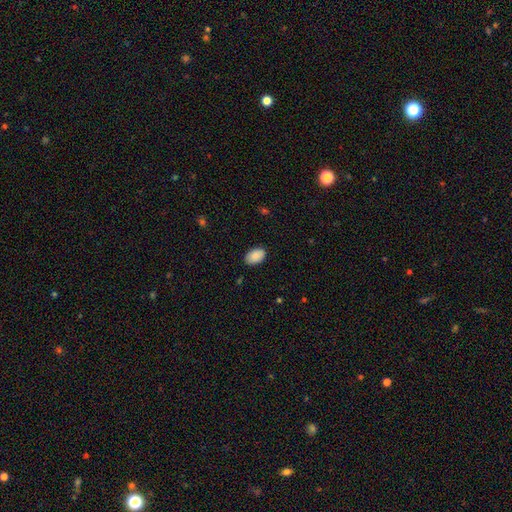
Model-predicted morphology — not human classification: Q: Smooth or featured?
A: smooth (90%); runner-up: star or artifact (6%)
Q: How rounded?
A: in between (92%); runner-up: round (7%)
Q: Merging?
A: none (86%); runner-up: minor disturbance (11%)